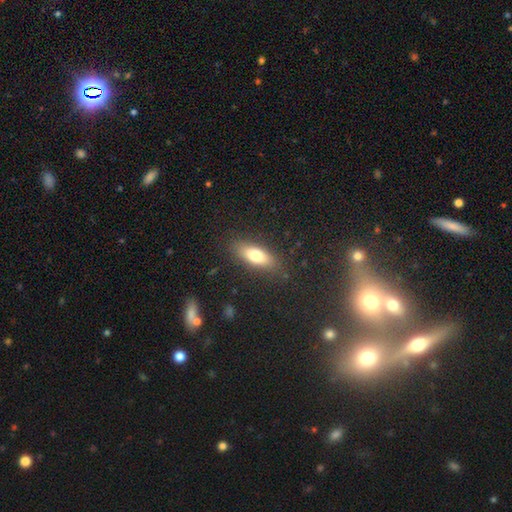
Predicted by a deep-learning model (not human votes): Morphology: type=smooth (73%); roundness=in between (69%); merging=none (84%).